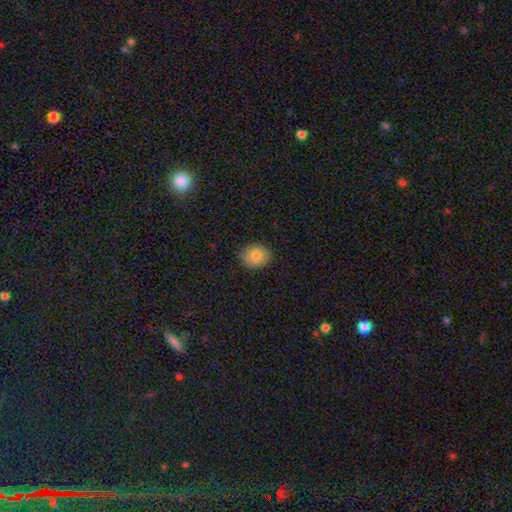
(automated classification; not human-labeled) The model was most divided on "how rounded": round: 71%, in between: 28%, cigar-shaped: 1%. More confident: merging — none (87%); smooth or featured — smooth (84%).